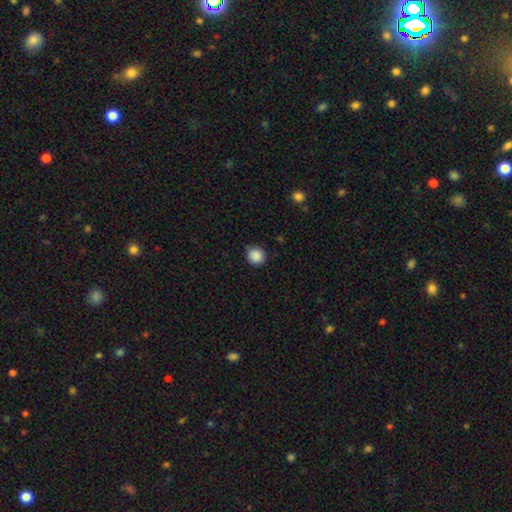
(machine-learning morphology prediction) A smooth galaxy with no disk features (88%) that is round (88%).

Vote fractions:
- Smooth or featured? smooth: 88% / star or artifact: 9% / featured or disk: 3%
- How rounded? round: 88% / in between: 11% / cigar-shaped: 1%
- Merging? none: 83% / minor disturbance: 13% / major disturbance: 3% / merger: 1%